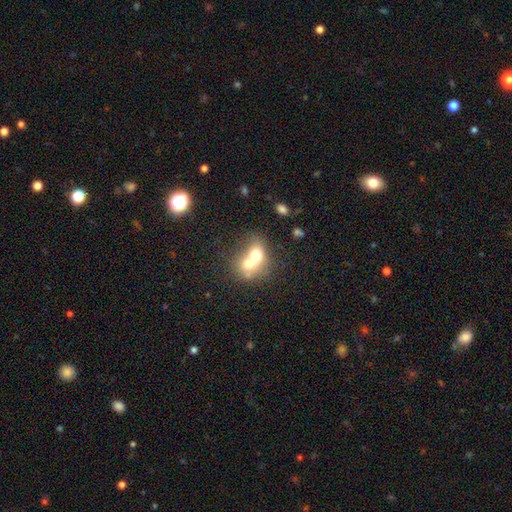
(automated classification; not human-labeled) A smooth galaxy with no disk features (63%) that is in between round and cigar-shaped (51%).

Vote fractions:
- Smooth or featured? smooth: 63% / featured or disk: 27% / star or artifact: 10%
- How rounded? in between: 51% / round: 48% / cigar-shaped: 1%
- Merging? merger: 72% / none: 18% / minor disturbance: 6% / major disturbance: 4%